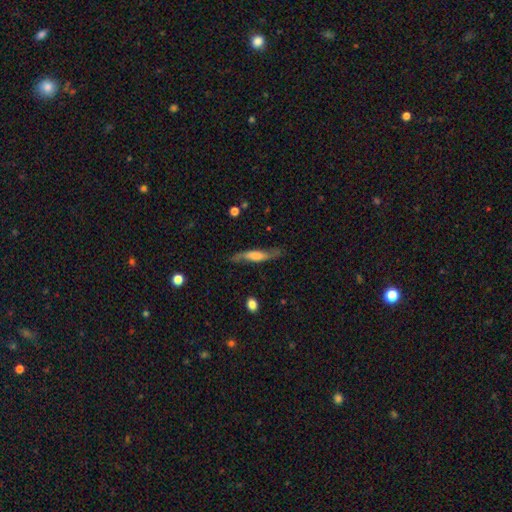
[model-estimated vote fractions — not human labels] This appears to be a featured or disk galaxy (57%) viewed edge-on (58%). Merging: none (69%).